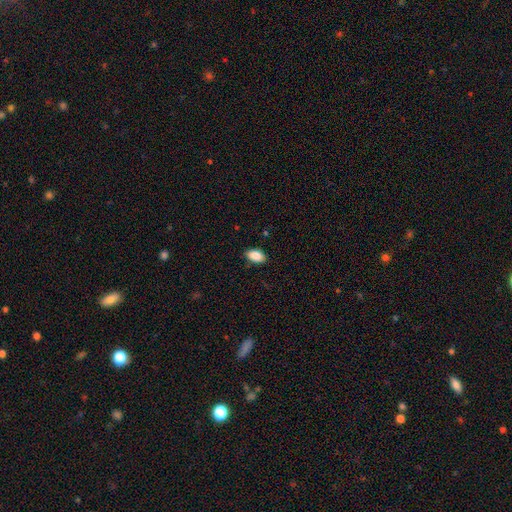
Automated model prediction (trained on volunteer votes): smooth-or-featured: smooth: 89% | star or artifact: 7% | featured or disk: 4%
  how-rounded: in between: 93% | round: 5% | cigar-shaped: 2%
  merging: none: 87% | minor disturbance: 10% | major disturbance: 2% | merger: 1%